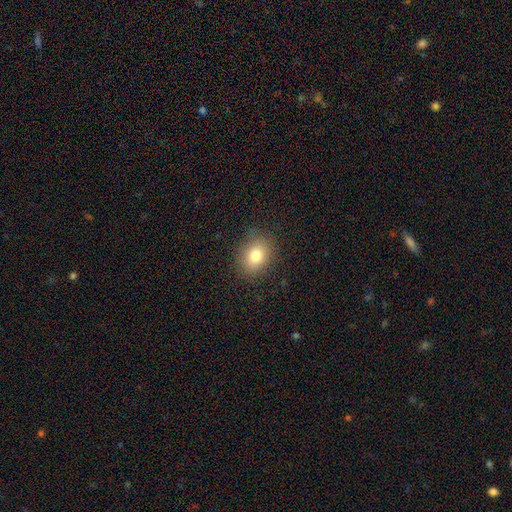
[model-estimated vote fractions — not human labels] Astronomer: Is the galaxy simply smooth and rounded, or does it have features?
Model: smooth — 79%.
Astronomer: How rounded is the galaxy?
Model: round — 56% (runner-up: in between, 43%).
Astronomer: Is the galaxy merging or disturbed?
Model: none — 86%.